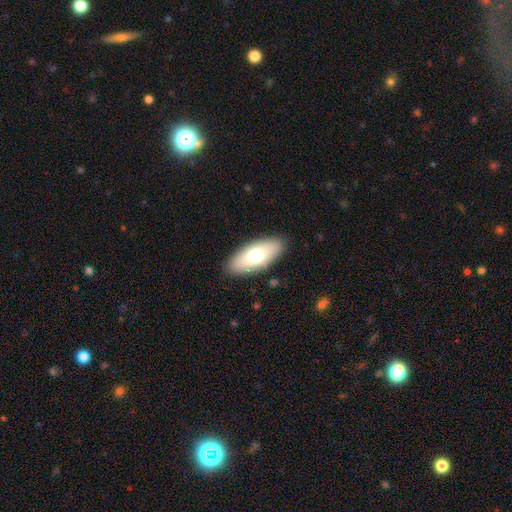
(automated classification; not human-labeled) Morphology: type=smooth (70%); roundness=in between (85%); merging=none (88%).